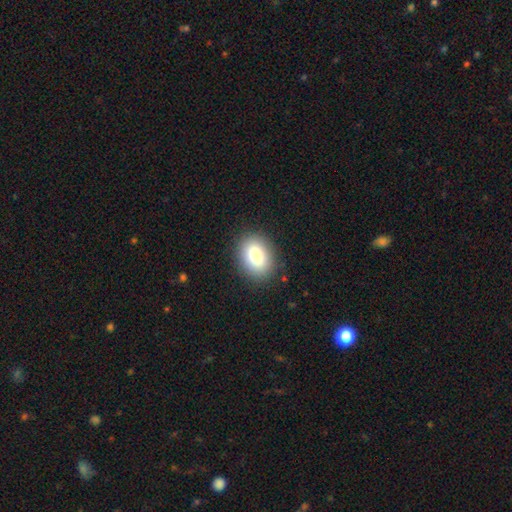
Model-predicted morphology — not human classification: This appears to be a smooth galaxy with no disk features (82%) that is in between round and cigar-shaped (70%). Merging: none (88%).